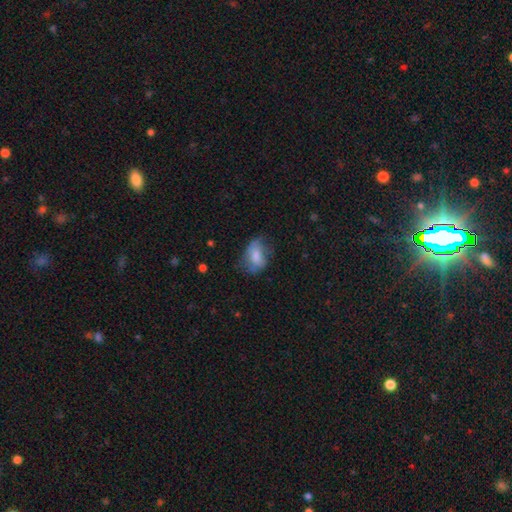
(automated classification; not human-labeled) Smooth or featured? smooth (68%)
How rounded? in between (83%)
Merging? none (45%)